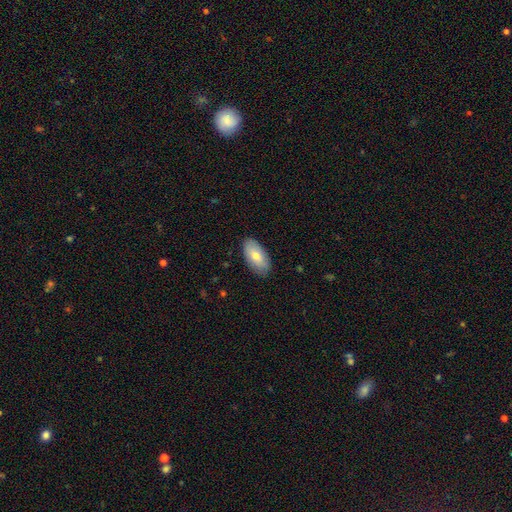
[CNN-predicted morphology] A smooth galaxy with no disk features (71%) that is in between round and cigar-shaped (94%).

Vote fractions:
- Smooth or featured? smooth: 71% / featured or disk: 23% / star or artifact: 6%
- How rounded? in between: 94% / cigar-shaped: 4% / round: 3%
- Merging? none: 87% / minor disturbance: 10% / major disturbance: 2% / merger: 1%